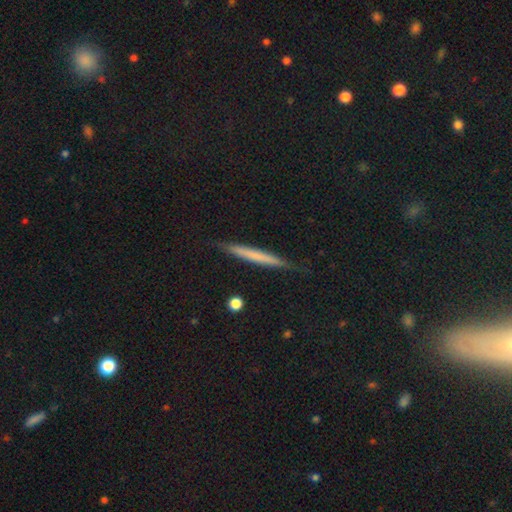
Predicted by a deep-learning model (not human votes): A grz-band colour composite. It shows a smooth galaxy with no disk features (57%) that is cigar-shaped (96%). Merging: none (87%).